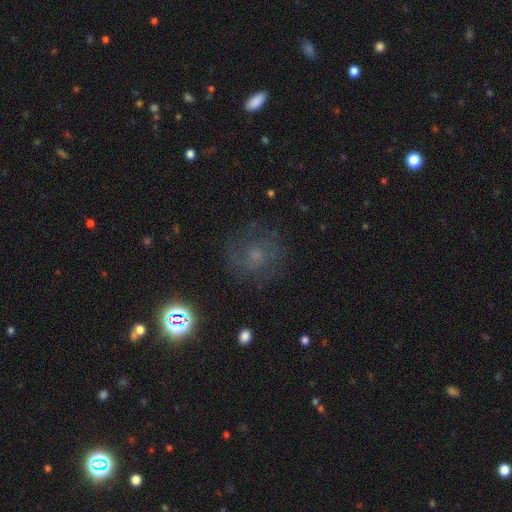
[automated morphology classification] Q: Smooth or featured?
A: featured or disk (37%); runner-up: smooth (35%)
Q: Merging?
A: none (75%); runner-up: minor disturbance (15%)